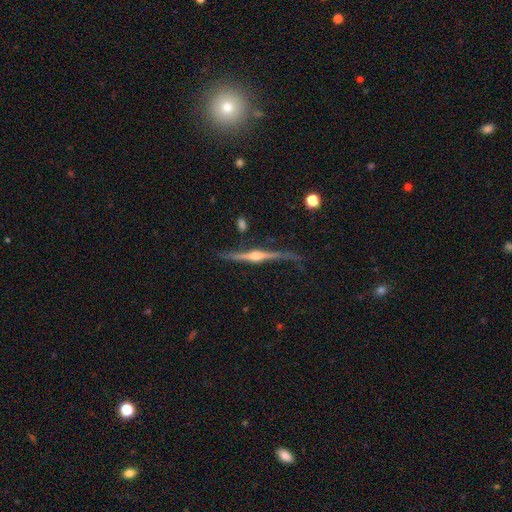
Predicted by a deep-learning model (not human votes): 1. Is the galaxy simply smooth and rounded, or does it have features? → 87% featured or disk, 8% smooth, 6% star or artifact.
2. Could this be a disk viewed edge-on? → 98% yes, 2% no.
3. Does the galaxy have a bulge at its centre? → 93% rounded, 3% boxy, 3% none.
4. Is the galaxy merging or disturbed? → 73% none, 19% minor disturbance, 5% major disturbance, 3% merger.